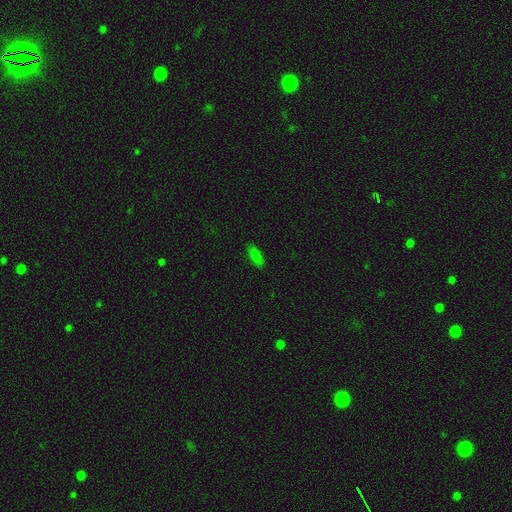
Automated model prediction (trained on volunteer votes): A smooth galaxy with no disk features (82%) that is in between round and cigar-shaped (68%).

Vote fractions:
- Smooth or featured? smooth: 82% / star or artifact: 12% / featured or disk: 6%
- How rounded? in between: 68% / cigar-shaped: 29% / round: 3%
- Merging? none: 86% / minor disturbance: 10% / major disturbance: 2% / merger: 1%